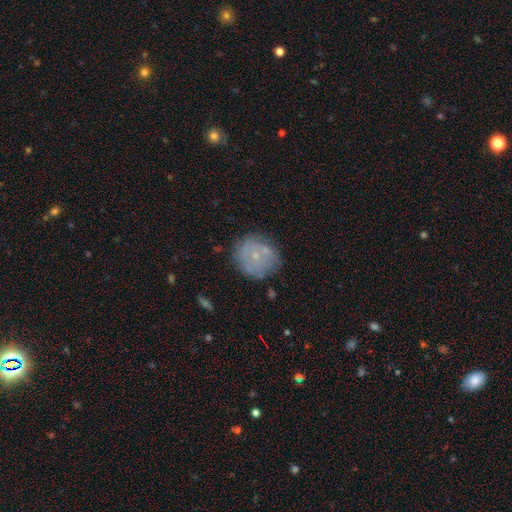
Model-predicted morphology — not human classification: Overall: smooth (48%; featured or disk 42%). Merging: none (70%).